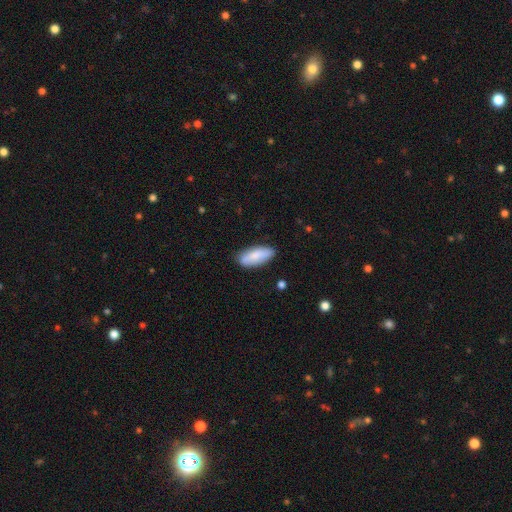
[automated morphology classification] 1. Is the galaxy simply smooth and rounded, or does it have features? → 80% smooth, 14% featured or disk, 6% star or artifact.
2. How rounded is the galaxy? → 79% in between, 19% cigar-shaped, 2% round.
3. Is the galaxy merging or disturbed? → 79% none, 16% minor disturbance, 3% major disturbance, 2% merger.